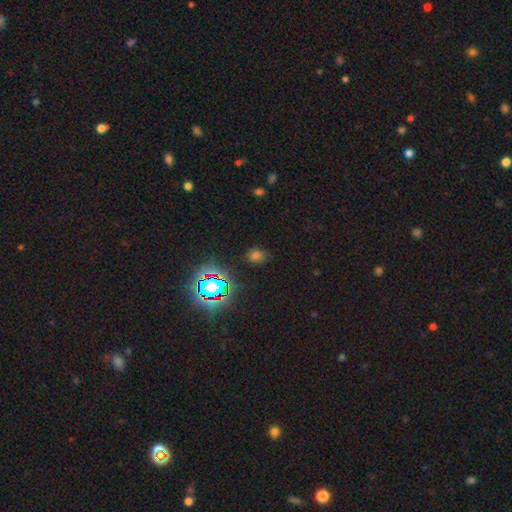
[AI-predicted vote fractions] smooth_or_featured: smooth (p=0.49) [alt: star or artifact p=0.44]
merging: none (p=0.81) [alt: minor disturbance p=0.12]